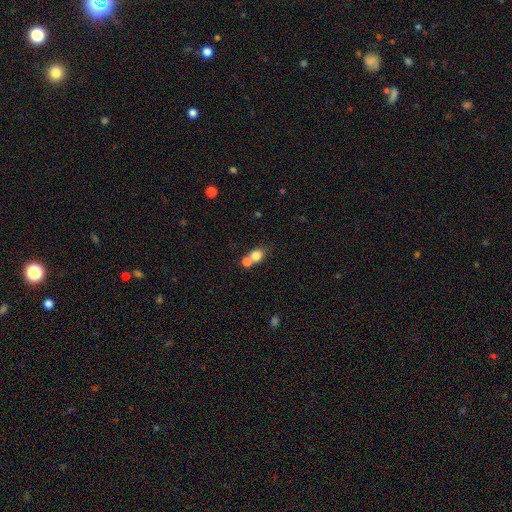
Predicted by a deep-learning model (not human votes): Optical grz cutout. It shows a smooth galaxy with no disk features (78%) that is round (61%). Merging: merger (54%).